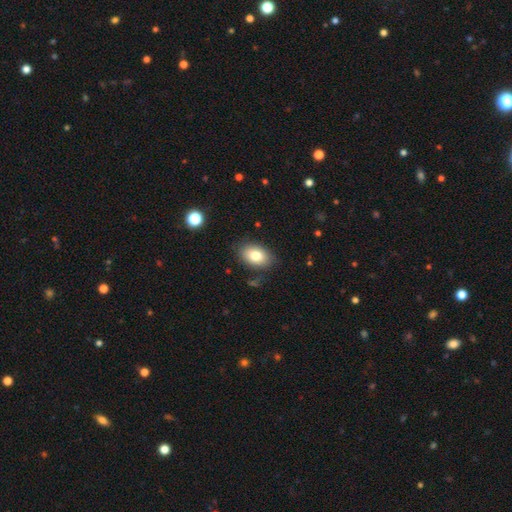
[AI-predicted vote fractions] Smooth or featured? smooth (80%)
How rounded? in between (86%)
Merging? none (82%)